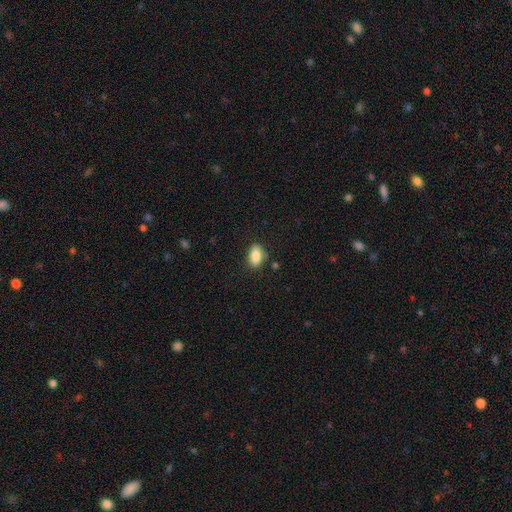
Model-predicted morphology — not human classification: A smooth galaxy with no disk features (86%) that is in between round and cigar-shaped (88%). Merging: none (76%).